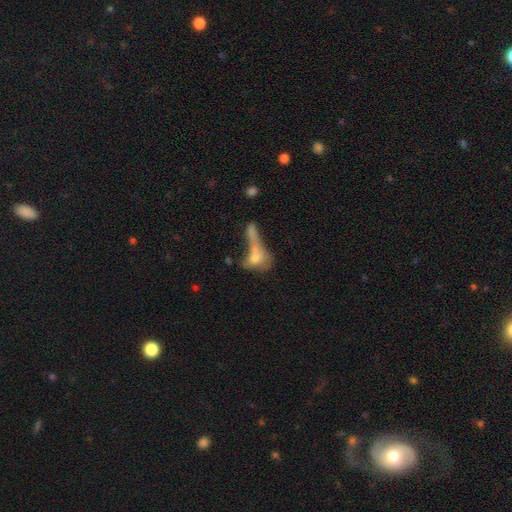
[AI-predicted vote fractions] Smooth or featured?
  - smooth: 62% *
  - featured or disk: 28%
  - star or artifact: 10%
How rounded?
  - in between: 55% *
  - round: 27%
  - cigar-shaped: 18%
Merging?
  - merger: 52% *
  - major disturbance: 21%
  - none: 17%
  - minor disturbance: 9%